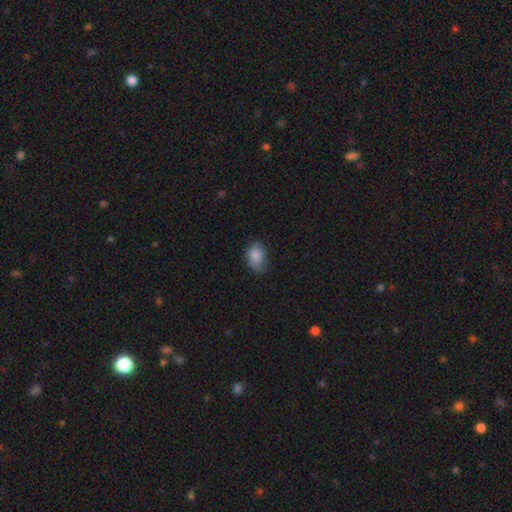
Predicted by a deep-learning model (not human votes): This appears to be a smooth galaxy with no disk features (86%) that is in between round and cigar-shaped (81%). Merging: none (65%).